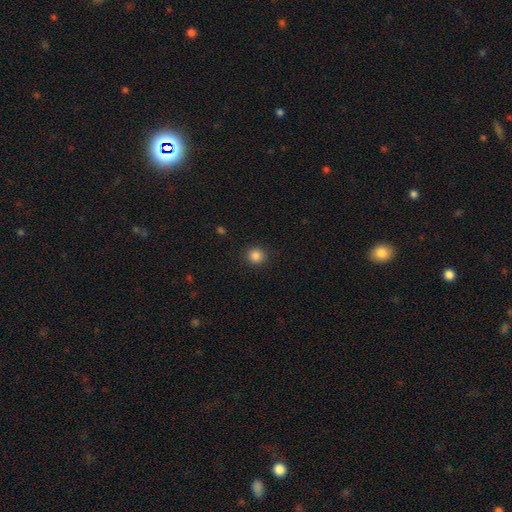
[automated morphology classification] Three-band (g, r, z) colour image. It shows a smooth galaxy with no disk features (86%) that is round (91%). Merging: none (91%).